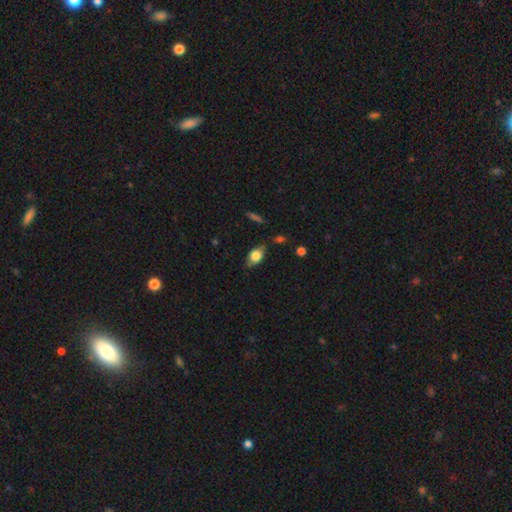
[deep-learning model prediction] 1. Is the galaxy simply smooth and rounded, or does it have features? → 69% smooth, 22% featured or disk, 9% star or artifact.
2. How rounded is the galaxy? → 78% in between, 16% round, 6% cigar-shaped.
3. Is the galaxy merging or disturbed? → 69% none, 23% minor disturbance, 6% major disturbance, 3% merger.